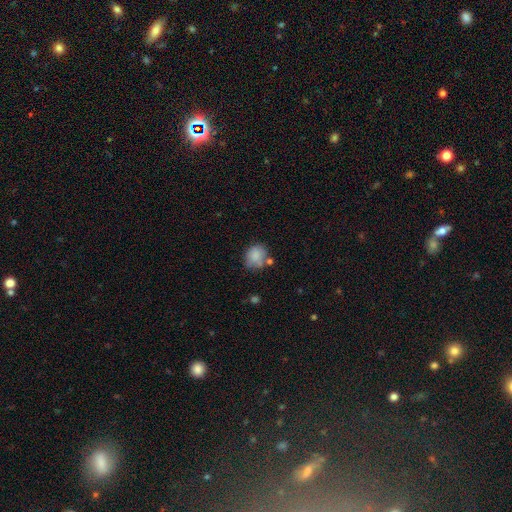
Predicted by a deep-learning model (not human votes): This appears to be a smooth galaxy with no disk features (81%) that is round (62%). Merging: none (58%).